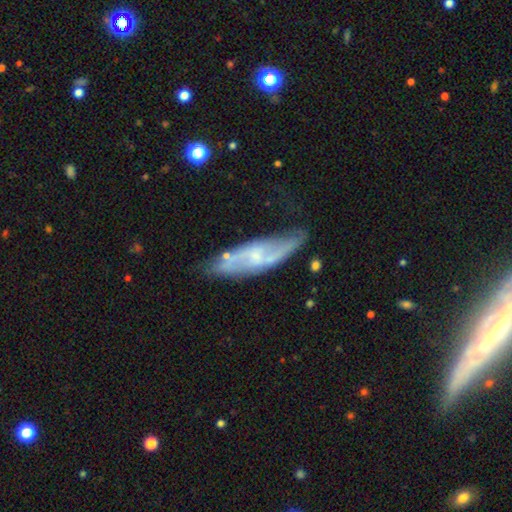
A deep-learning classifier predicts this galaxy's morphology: Smooth or featured? featured or disk (71%)
Edge-on disk? no (75%)
Bar? no (48%)
Spiral arms? yes (78%)
Bulge size? small (62%)
Merging? none (56%)